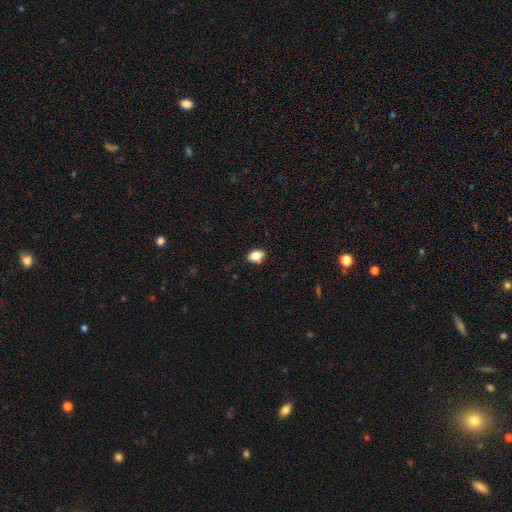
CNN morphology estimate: Smooth or featured: smooth — 81% (star or artifact — 10%)
How rounded: in between — 72% (round — 27%)
Merging: none — 84% (minor disturbance — 13%)